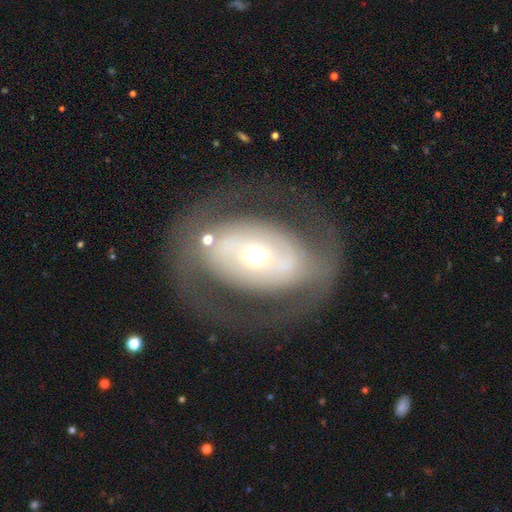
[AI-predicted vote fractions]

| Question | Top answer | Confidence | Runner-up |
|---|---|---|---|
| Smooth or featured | featured or disk | 72% | smooth (21%) |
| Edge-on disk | no | 94% | yes (6%) |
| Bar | no | 51% | strong (25%) |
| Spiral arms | yes | 51% | no (49%) |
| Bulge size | small | 46% | moderate (44%) |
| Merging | none | 70% | major disturbance (15%) |